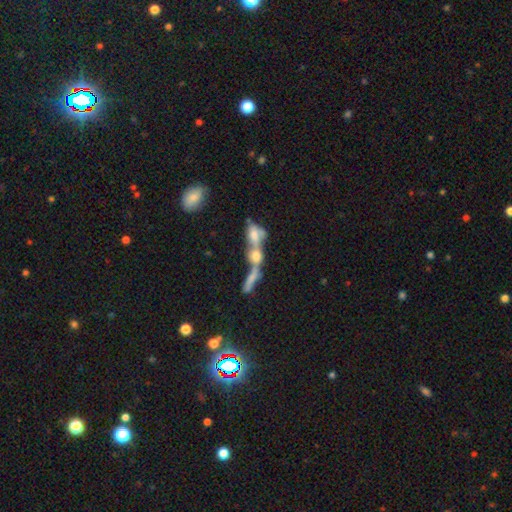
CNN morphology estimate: A featured or disk galaxy (42%).

Vote fractions:
- Smooth or featured? featured or disk: 42% / smooth: 32% / star or artifact: 27%
- Merging? merger: 64% / none: 21% / major disturbance: 8% / minor disturbance: 7%